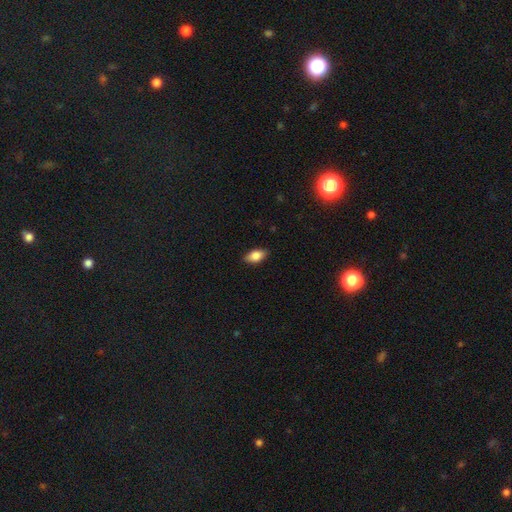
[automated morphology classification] A smooth galaxy with no disk features (83%) that is in between round and cigar-shaped (89%). Merging: none (87%).